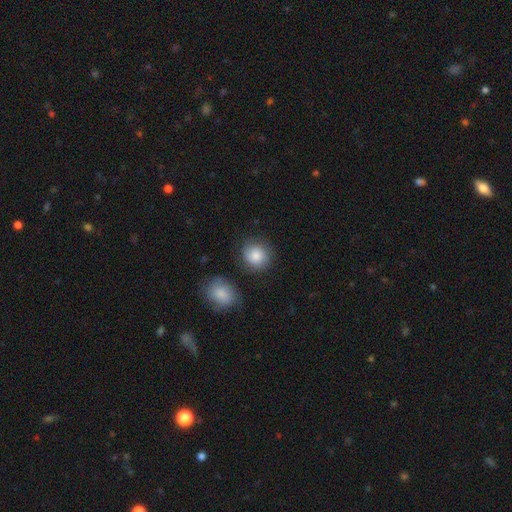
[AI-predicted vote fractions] This appears to be a smooth galaxy with no disk features (84%) that is round (84%). Merging: none (78%).